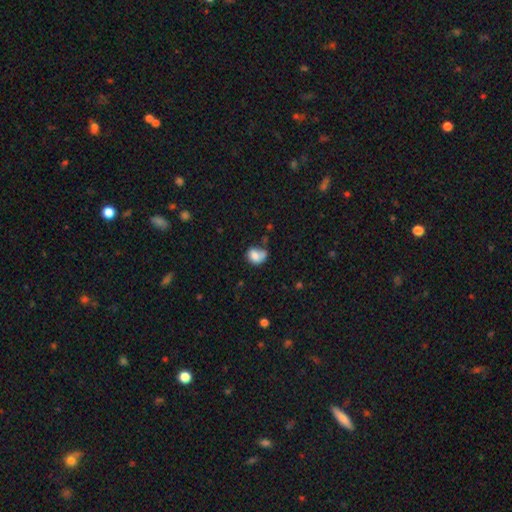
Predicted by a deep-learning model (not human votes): Smooth or featured? Predicted: smooth (p=0.75). How rounded? Predicted: in between (p=0.55). Merging? Predicted: none (p=0.34).